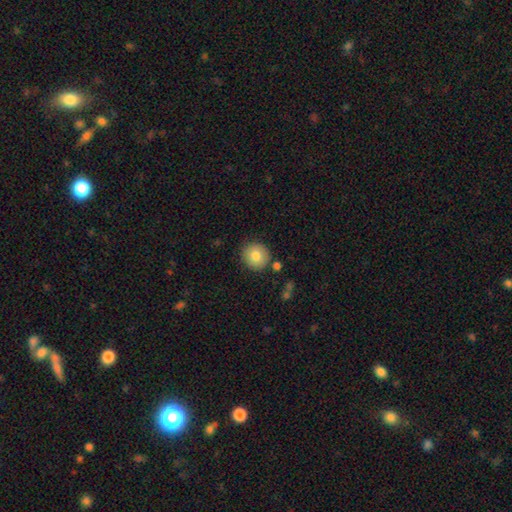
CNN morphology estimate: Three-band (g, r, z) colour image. It shows a smooth galaxy with no disk features (82%) that is round (92%). Merging: none (85%).